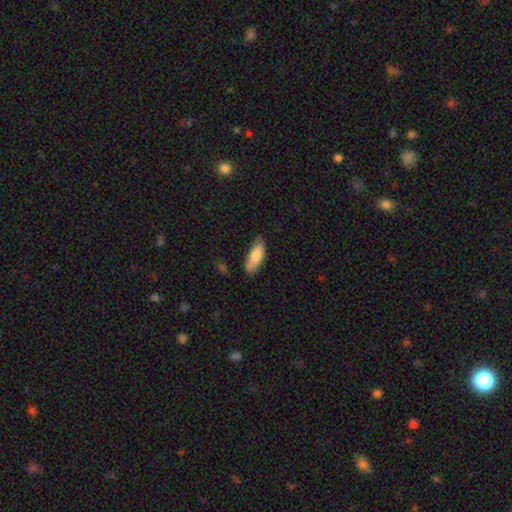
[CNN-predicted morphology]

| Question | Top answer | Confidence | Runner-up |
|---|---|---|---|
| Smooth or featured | smooth | 81% | featured or disk (13%) |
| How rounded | in between | 72% | cigar-shaped (26%) |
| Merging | none | 74% | minor disturbance (21%) |